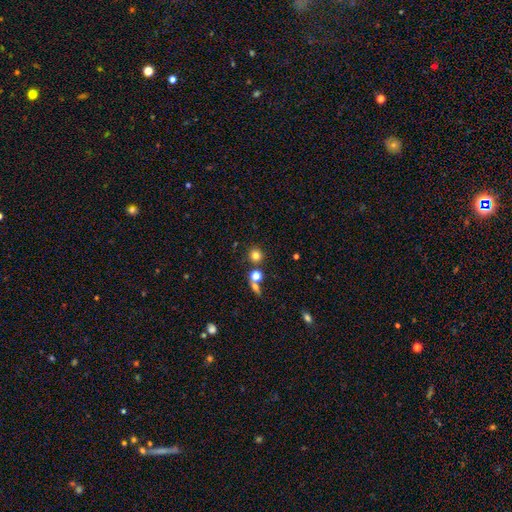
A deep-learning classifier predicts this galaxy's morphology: Smooth or featured? smooth (77%)
How rounded? round (92%)
Merging? none (77%)